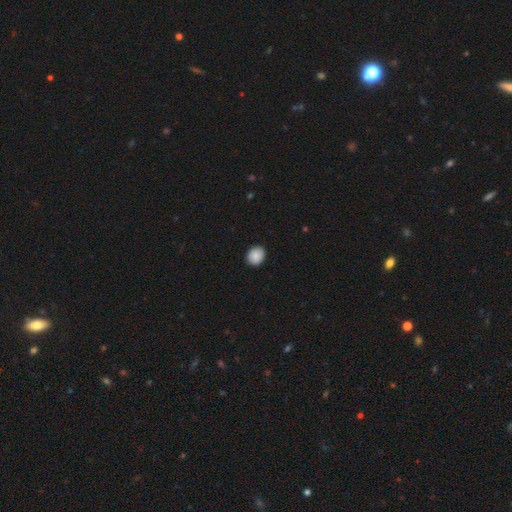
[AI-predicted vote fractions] smooth-or-featured: smooth: 89% | star or artifact: 7% | featured or disk: 4%
  how-rounded: round: 71% | in between: 28% | cigar-shaped: 1%
  merging: none: 90% | minor disturbance: 7% | major disturbance: 2% | merger: 1%